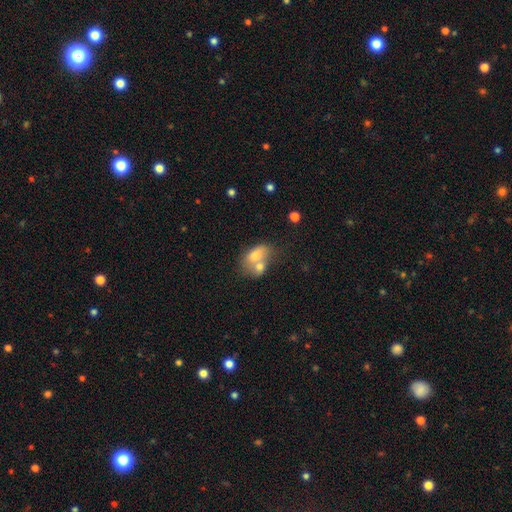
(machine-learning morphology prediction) Smooth or featured? Predicted: smooth (p=0.68). How rounded? Predicted: in between (p=0.79). Merging? Predicted: merger (p=0.63).